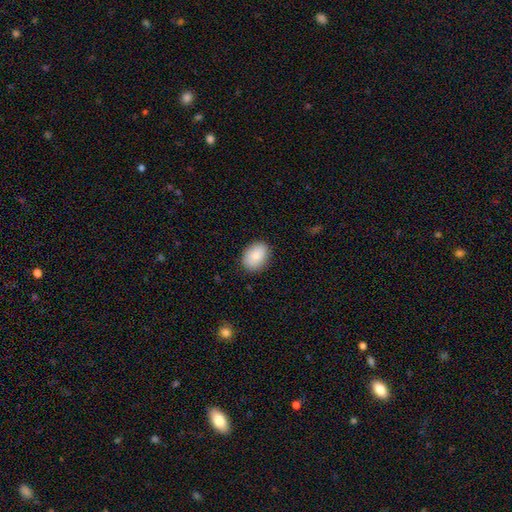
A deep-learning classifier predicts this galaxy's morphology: Smooth or featured?
  - smooth: 87% *
  - star or artifact: 7%
  - featured or disk: 7%
How rounded?
  - in between: 76% *
  - round: 22%
  - cigar-shaped: 1%
Merging?
  - none: 87% *
  - minor disturbance: 10%
  - major disturbance: 2%
  - merger: 1%